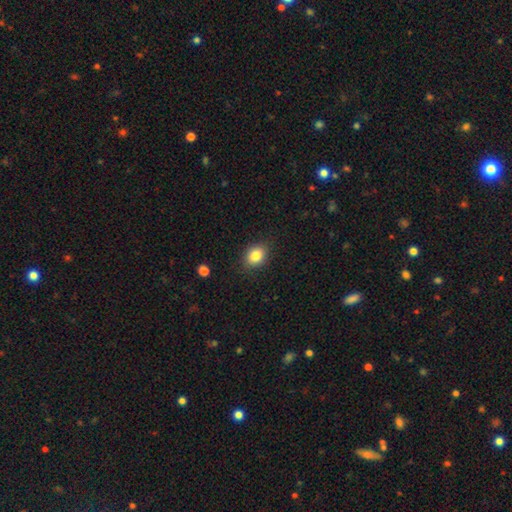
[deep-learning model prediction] A smooth galaxy with no disk features (83%) that is in between round and cigar-shaped (58%). Merging: none (85%).